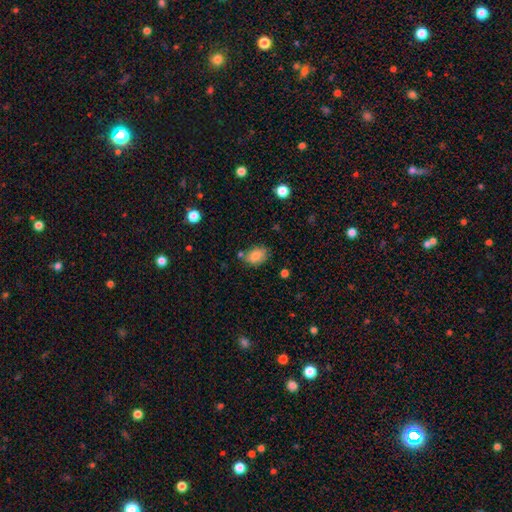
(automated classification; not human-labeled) Smooth or featured: smooth — 83% (star or artifact — 9%)
How rounded: in between — 80% (round — 18%)
Merging: none — 71% (minor disturbance — 18%)